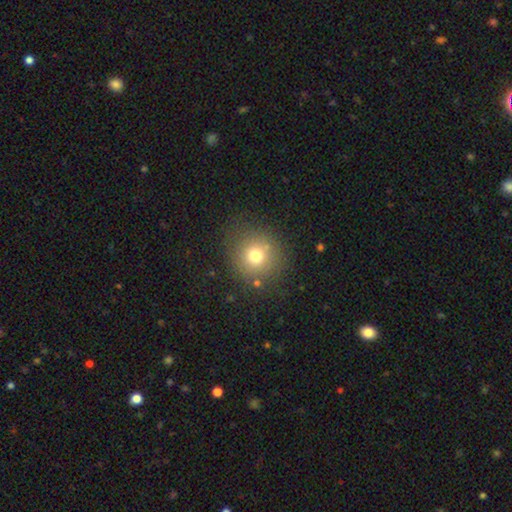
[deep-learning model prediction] This appears to be a smooth galaxy with no disk features (72%) that is round (92%). Merging: none (81%).